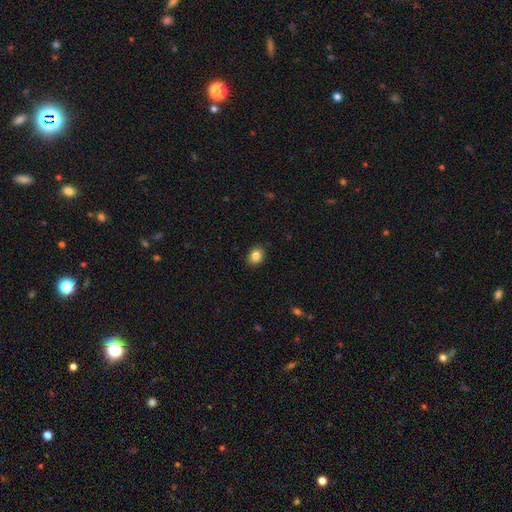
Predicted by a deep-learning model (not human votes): Q: Smooth or featured?
A: smooth (86%); runner-up: star or artifact (9%)
Q: How rounded?
A: in between (50%); runner-up: round (49%)
Q: Merging?
A: none (90%); runner-up: minor disturbance (7%)